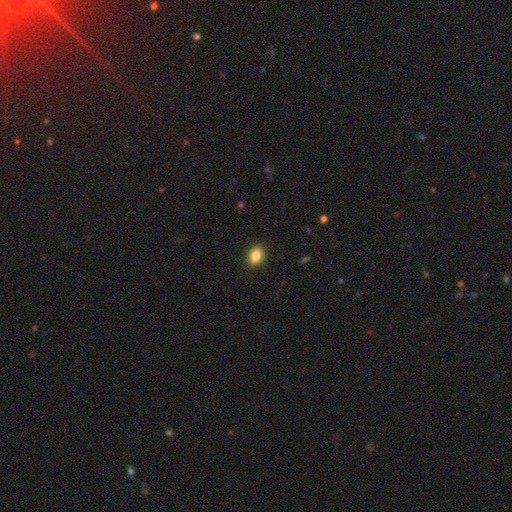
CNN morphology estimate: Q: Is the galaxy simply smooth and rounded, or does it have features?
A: smooth — 86%.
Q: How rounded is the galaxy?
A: in between — 82%.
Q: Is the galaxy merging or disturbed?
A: none — 89%.